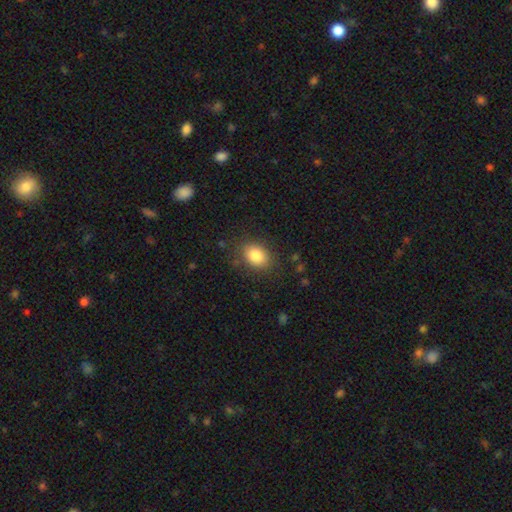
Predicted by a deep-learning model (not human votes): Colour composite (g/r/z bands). It shows a smooth galaxy with no disk features (84%) that is in between round and cigar-shaped (68%). Merging: none (82%).